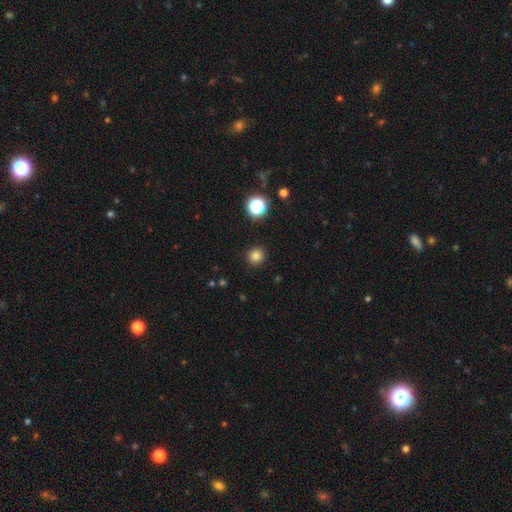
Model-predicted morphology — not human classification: Q: Smooth or featured?
A: smooth (81%); runner-up: star or artifact (14%)
Q: How rounded?
A: round (94%); runner-up: in between (5%)
Q: Merging?
A: none (92%); runner-up: minor disturbance (5%)